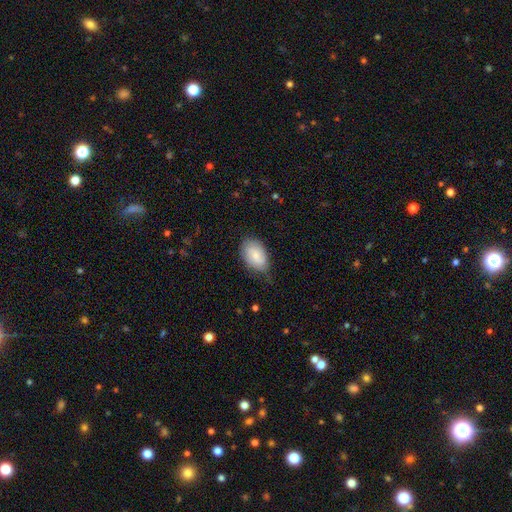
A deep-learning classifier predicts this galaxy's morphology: The model was most divided on "smooth or featured": smooth: 65%, featured or disk: 28%, star or artifact: 6%. More confident: how rounded — in between (91%); merging — none (66%).